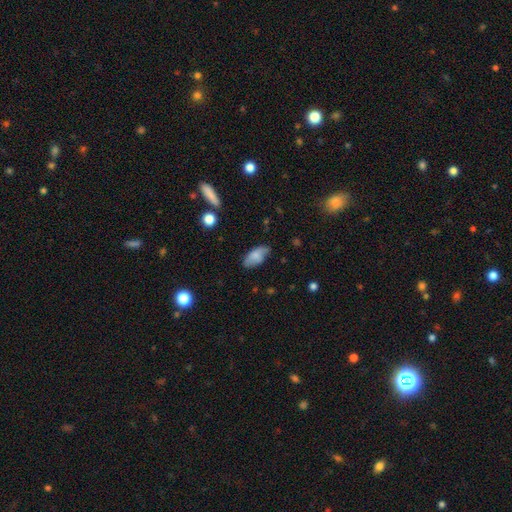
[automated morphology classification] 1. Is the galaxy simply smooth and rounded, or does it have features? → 75% smooth, 18% featured or disk, 8% star or artifact.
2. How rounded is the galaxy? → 90% in between, 7% cigar-shaped, 3% round.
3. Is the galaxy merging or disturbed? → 63% none, 28% minor disturbance, 7% major disturbance, 2% merger.